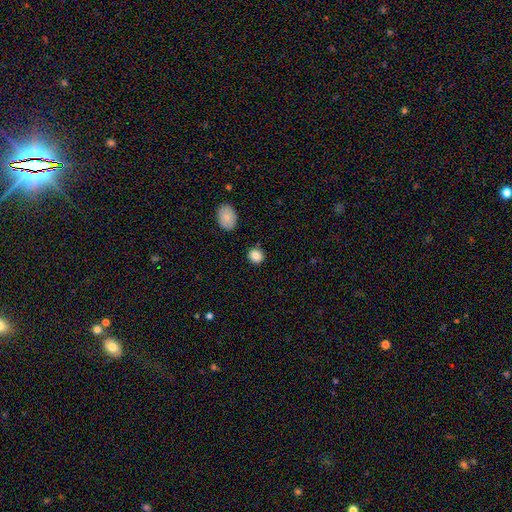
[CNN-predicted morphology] Smooth or featured? smooth (86%)
How rounded? round (79%)
Merging? none (87%)